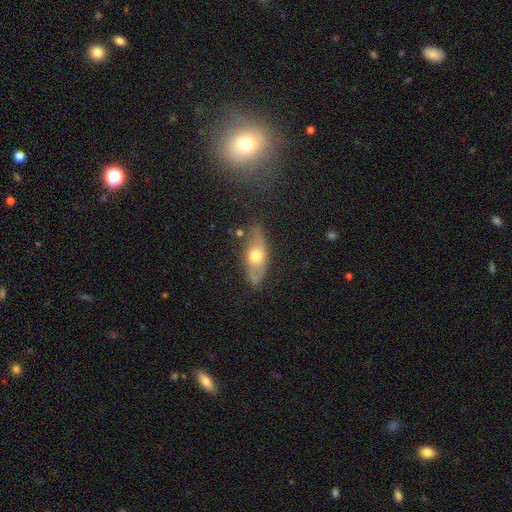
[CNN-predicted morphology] The model was most divided on "smooth or featured": smooth: 50%, featured or disk: 43%, star or artifact: 7%. More confident: merging — none (76%); how rounded — in between (71%).